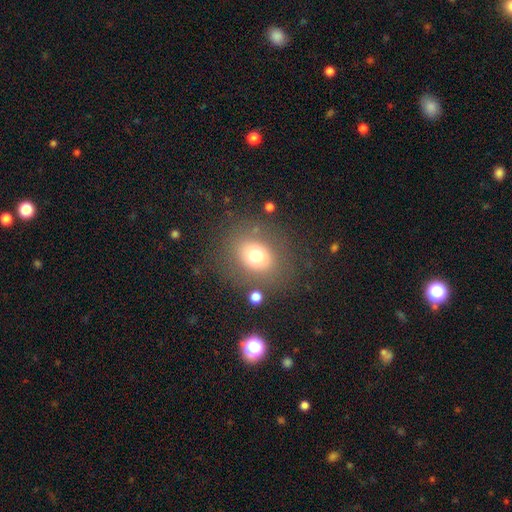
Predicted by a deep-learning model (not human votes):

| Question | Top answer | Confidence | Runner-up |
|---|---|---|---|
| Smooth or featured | smooth | 71% | featured or disk (15%) |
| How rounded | round | 59% | in between (40%) |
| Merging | none | 76% | minor disturbance (12%) |